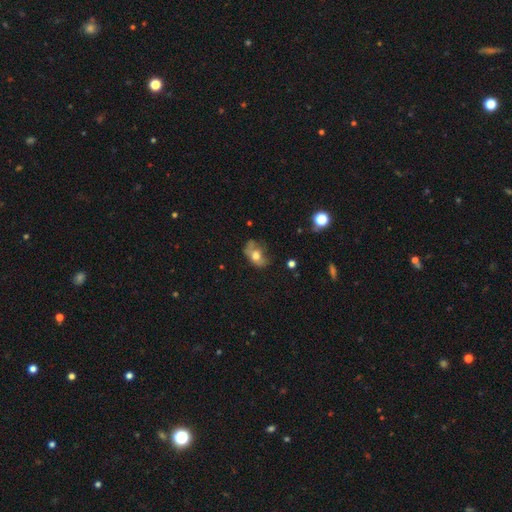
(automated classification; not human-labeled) A smooth galaxy with no disk features (56%) that is in between round and cigar-shaped (76%).

Vote fractions:
- Smooth or featured? smooth: 56% / featured or disk: 33% / star or artifact: 11%
- How rounded? in between: 76% / round: 22% / cigar-shaped: 2%
- Merging? none: 33% / minor disturbance: 32% / major disturbance: 30% / merger: 5%